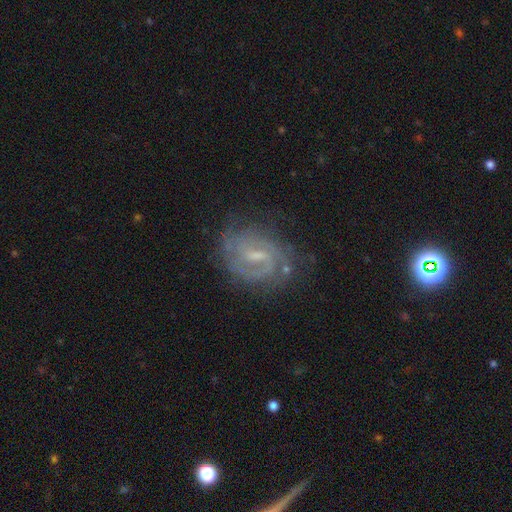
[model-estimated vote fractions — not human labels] Q: Smooth or featured?
A: featured or disk (84%); runner-up: smooth (8%)
Q: Edge-on disk?
A: no (97%); runner-up: yes (3%)
Q: Bar?
A: weak (60%); runner-up: strong (26%)
Q: Spiral arms?
A: yes (95%); runner-up: no (5%)
Q: Spiral winding?
A: tight (46%); runner-up: medium (42%)
Q: Spiral arm count?
A: 2 (61%); runner-up: can't tell (19%)
Q: Bulge size?
A: small (49%); runner-up: moderate (29%)
Q: Merging?
A: none (69%); runner-up: minor disturbance (19%)